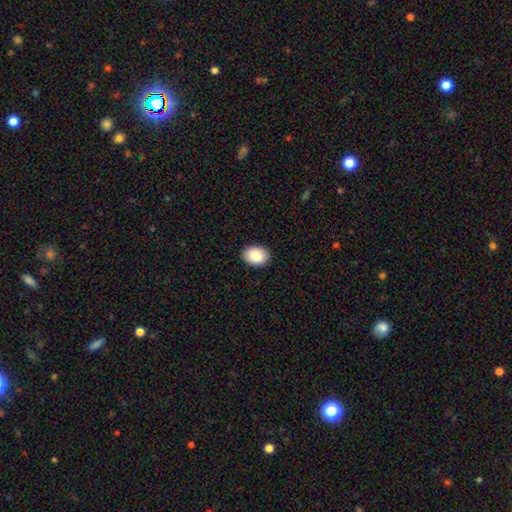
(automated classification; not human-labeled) Smooth or featured: smooth — 89% (star or artifact — 7%)
How rounded: in between — 76% (round — 23%)
Merging: none — 90% (minor disturbance — 7%)